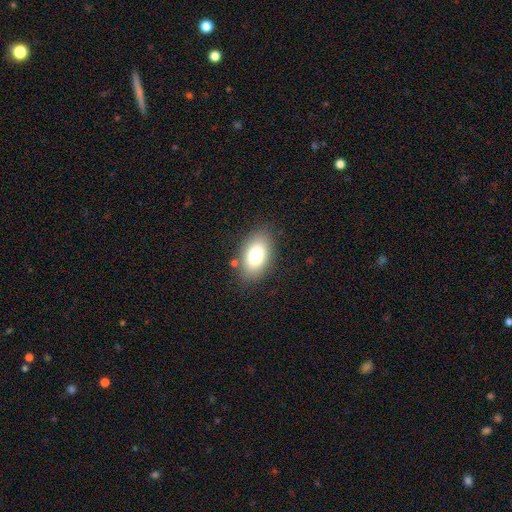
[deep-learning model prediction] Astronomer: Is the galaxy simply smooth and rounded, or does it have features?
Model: smooth — 78%.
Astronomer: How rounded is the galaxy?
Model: in between — 91%.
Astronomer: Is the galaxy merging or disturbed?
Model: none — 82%.